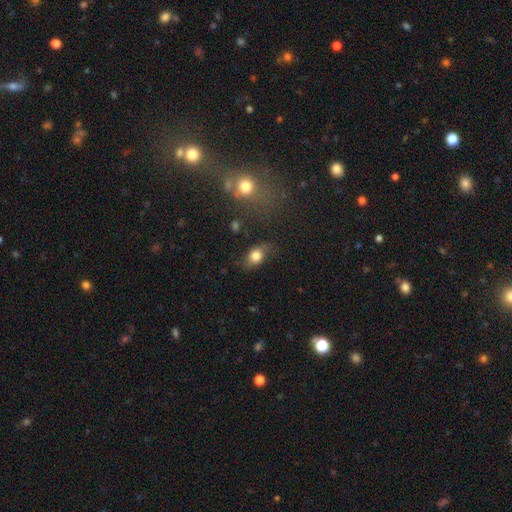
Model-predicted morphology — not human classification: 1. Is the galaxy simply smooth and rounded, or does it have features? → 70% smooth, 20% featured or disk, 10% star or artifact.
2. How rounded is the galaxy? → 68% in between, 29% round, 3% cigar-shaped.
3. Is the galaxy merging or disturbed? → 65% none, 23% minor disturbance, 9% major disturbance, 3% merger.